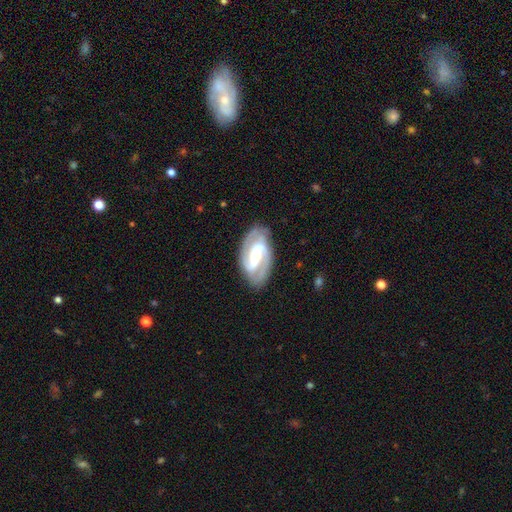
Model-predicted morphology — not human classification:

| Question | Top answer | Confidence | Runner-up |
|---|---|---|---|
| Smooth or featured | featured or disk | 88% | smooth (8%) |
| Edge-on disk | no | 96% | yes (4%) |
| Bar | strong | 62% | weak (28%) |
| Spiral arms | yes | 94% | no (6%) |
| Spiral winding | medium | 48% | tight (37%) |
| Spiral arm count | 2 | 88% | can't tell (5%) |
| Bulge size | moderate | 49% | small (42%) |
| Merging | none | 81% | minor disturbance (13%) |